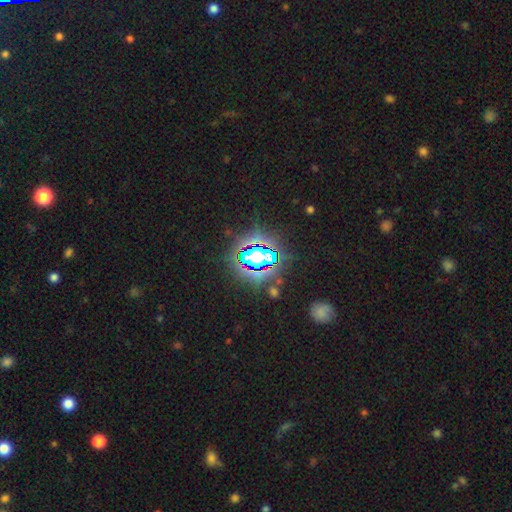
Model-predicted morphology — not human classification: Smooth or featured? star or artifact (70%)